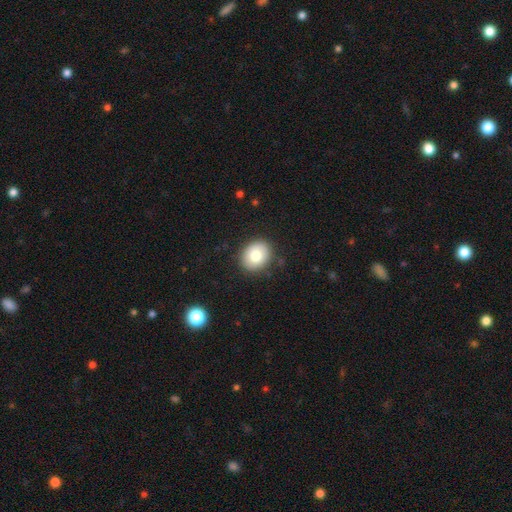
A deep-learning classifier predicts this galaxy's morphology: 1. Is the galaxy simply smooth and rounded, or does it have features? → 77% smooth, 14% featured or disk, 9% star or artifact.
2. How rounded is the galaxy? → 60% round, 39% in between, 1% cigar-shaped.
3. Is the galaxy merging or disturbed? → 88% none, 9% minor disturbance, 2% major disturbance, 1% merger.